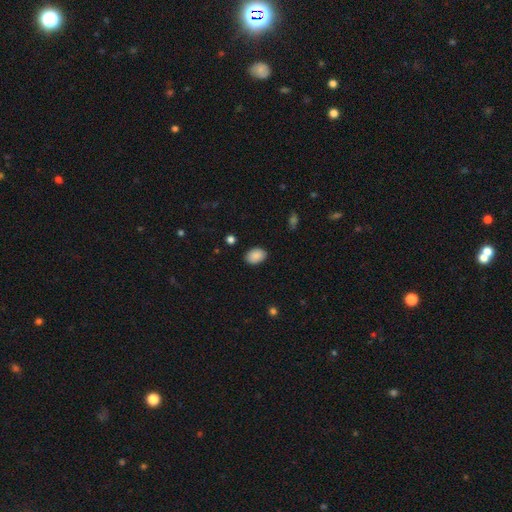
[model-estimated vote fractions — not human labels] A smooth galaxy with no disk features (89%) that is in between round and cigar-shaped (82%).

Vote fractions:
- Smooth or featured? smooth: 89% / star or artifact: 7% / featured or disk: 3%
- How rounded? in between: 82% / round: 17% / cigar-shaped: 1%
- Merging? none: 88% / minor disturbance: 9% / major disturbance: 2% / merger: 1%